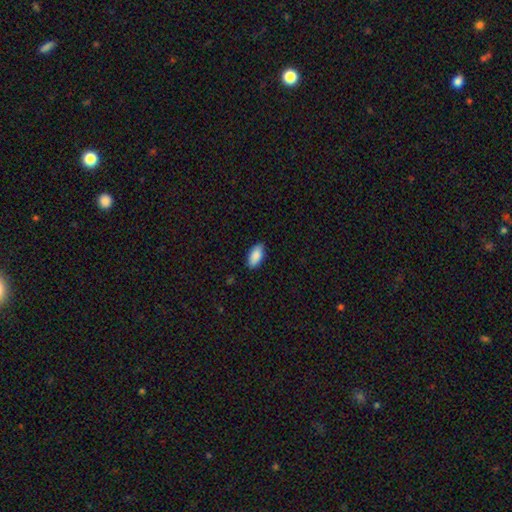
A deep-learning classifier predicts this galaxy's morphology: A smooth galaxy with no disk features (89%) that is in between round and cigar-shaped (92%).

Vote fractions:
- Smooth or featured? smooth: 89% / star or artifact: 6% / featured or disk: 5%
- How rounded? in between: 92% / cigar-shaped: 6% / round: 2%
- Merging? none: 85% / minor disturbance: 12% / major disturbance: 2% / merger: 1%